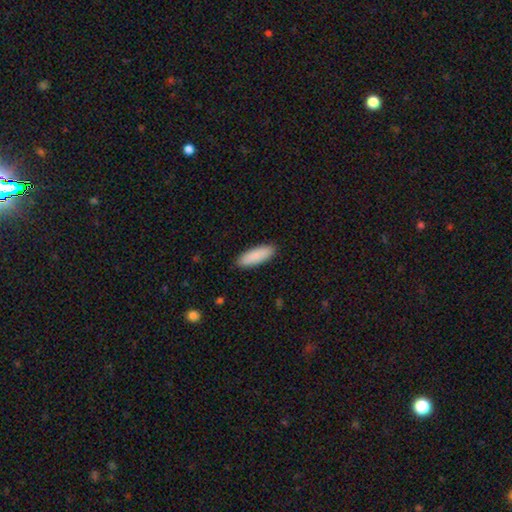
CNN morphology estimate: A smooth galaxy with no disk features (90%) that is in between round and cigar-shaped (55%). Merging: none (90%).